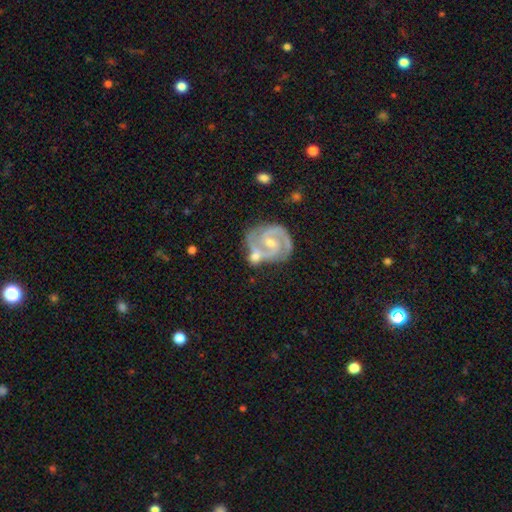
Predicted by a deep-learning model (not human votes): Smooth or featured: featured or disk — 82% (smooth — 12%)
Edge-on disk: no — 97% (yes — 3%)
Bar: no — 47% (weak — 42%)
Spiral arms: yes — 96% (no — 4%)
Spiral winding: medium — 46% (tied with tight — 46%)
Spiral arm count: 2 — 82% (3 — 8%)
Bulge size: small — 50% (moderate — 45%)
Merging: none — 45% (merger — 32%)